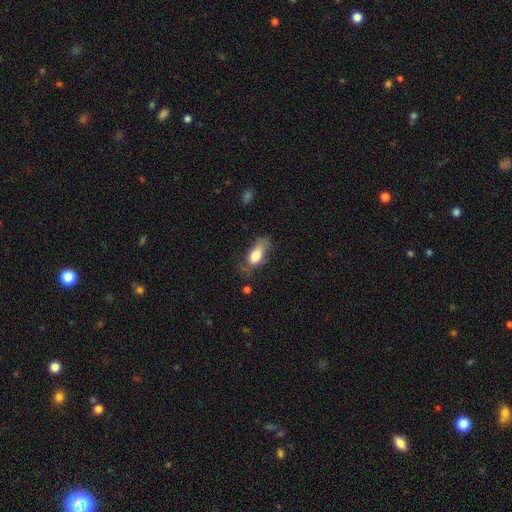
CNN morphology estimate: Overall: smooth (76%). How rounded: in between (84%). Merging: none (44%; minor disturbance 34%).